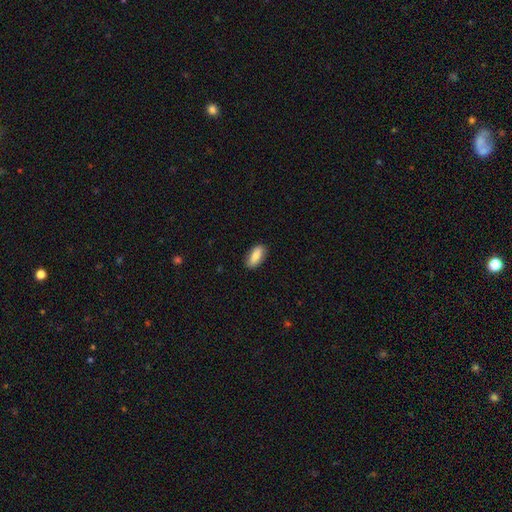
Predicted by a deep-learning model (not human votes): Smooth or featured? Predicted: smooth (p=0.82). How rounded? Predicted: in between (p=0.87). Merging? Predicted: none (p=0.87).